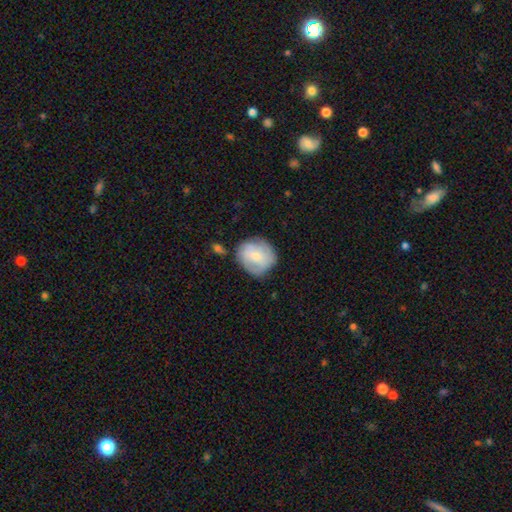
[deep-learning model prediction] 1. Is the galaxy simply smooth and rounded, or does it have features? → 60% smooth, 33% featured or disk, 7% star or artifact.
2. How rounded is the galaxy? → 78% round, 21% in between, 1% cigar-shaped.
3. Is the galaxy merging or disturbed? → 66% none, 23% minor disturbance, 7% major disturbance, 4% merger.